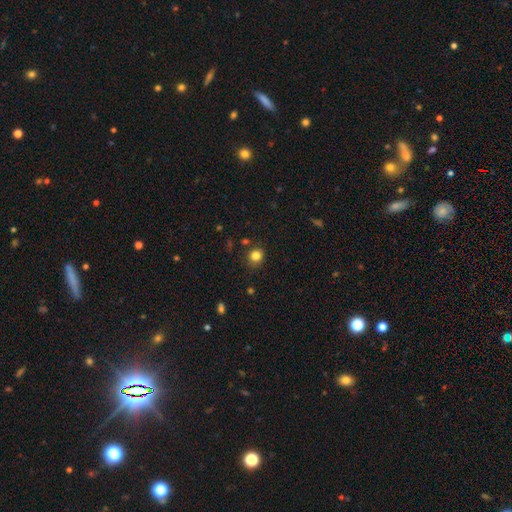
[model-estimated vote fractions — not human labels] Smooth or featured?
  - smooth: 82% *
  - star or artifact: 12%
  - featured or disk: 5%
How rounded?
  - round: 83% *
  - in between: 16%
  - cigar-shaped: 1%
Merging?
  - none: 84% *
  - minor disturbance: 11%
  - major disturbance: 3%
  - merger: 3%